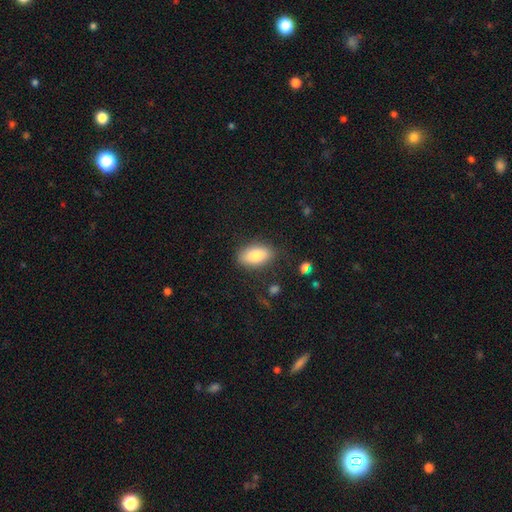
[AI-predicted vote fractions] A smooth galaxy with no disk features (82%) that is in between round and cigar-shaped (90%). Merging: none (83%).